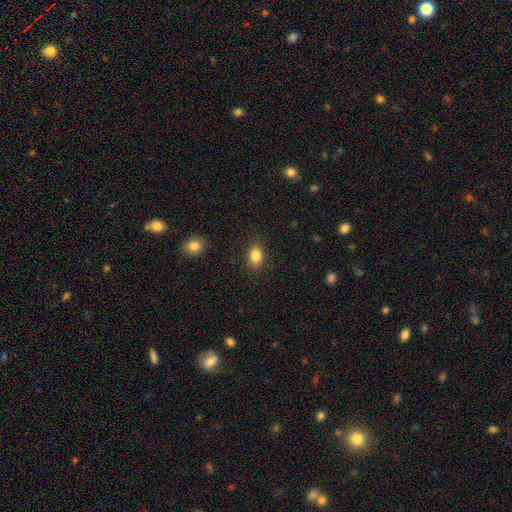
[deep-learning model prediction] A smooth galaxy with no disk features (85%) that is in between round and cigar-shaped (79%). Merging: none (87%).